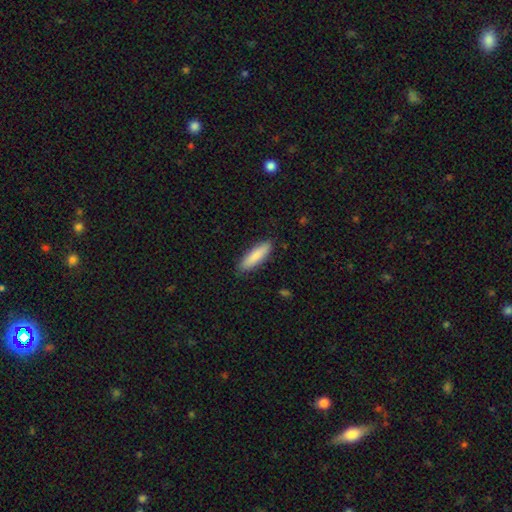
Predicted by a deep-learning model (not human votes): This appears to be a smooth galaxy with no disk features (86%) that is cigar-shaped (64%). Merging: none (87%).